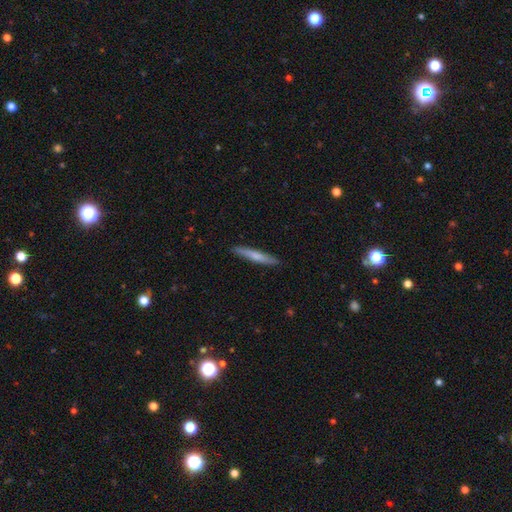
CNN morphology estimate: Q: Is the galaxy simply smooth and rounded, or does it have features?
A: smooth — 64%.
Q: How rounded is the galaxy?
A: cigar-shaped — 95%.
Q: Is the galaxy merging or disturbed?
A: none — 90%.